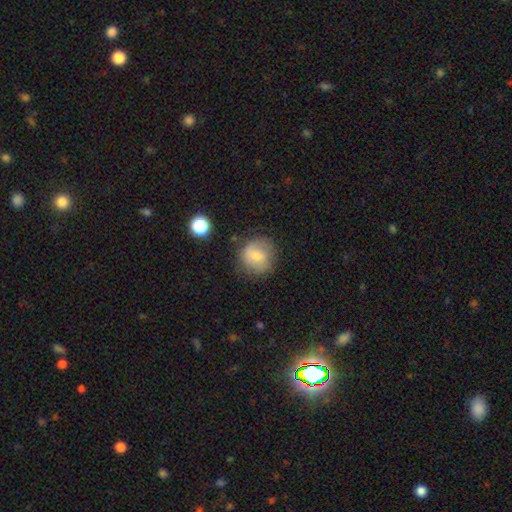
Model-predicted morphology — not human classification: Q: Smooth or featured?
A: smooth (66%); runner-up: featured or disk (24%)
Q: How rounded?
A: round (86%); runner-up: in between (13%)
Q: Merging?
A: none (71%); runner-up: minor disturbance (20%)